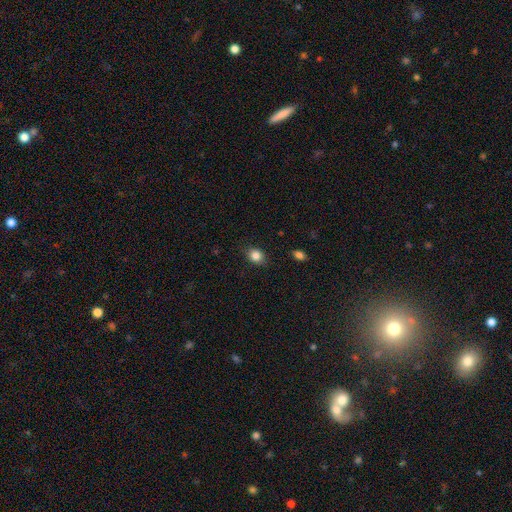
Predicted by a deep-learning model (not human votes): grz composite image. It shows a smooth galaxy with no disk features (84%) that is in between round and cigar-shaped (52%). Merging: none (85%).